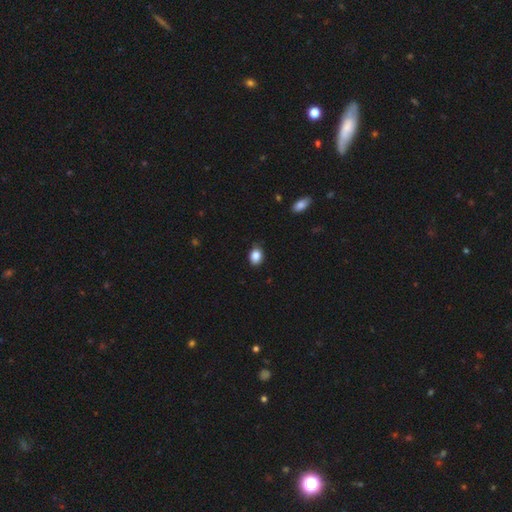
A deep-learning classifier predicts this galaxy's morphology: Smooth or featured? smooth (86%)
How rounded? in between (60%)
Merging? none (83%)